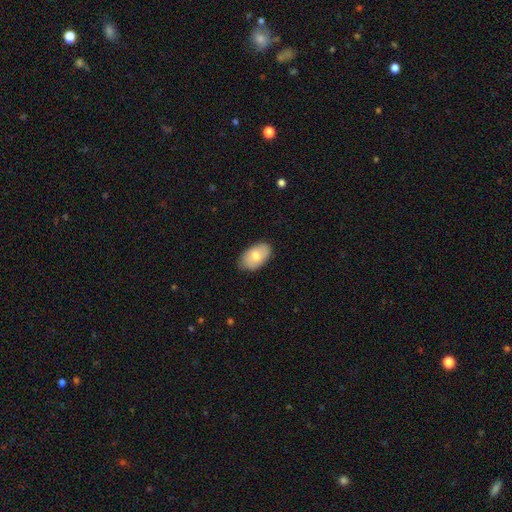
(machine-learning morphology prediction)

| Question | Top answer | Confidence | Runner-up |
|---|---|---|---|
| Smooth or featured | smooth | 72% | featured or disk (22%) |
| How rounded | in between | 93% | round (6%) |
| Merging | none | 81% | minor disturbance (15%) |